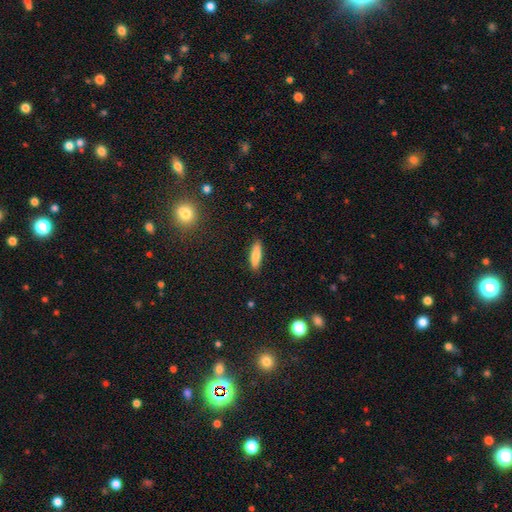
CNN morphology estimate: The model was most divided on "how rounded": cigar-shaped: 61%, in between: 37%, round: 2%. More confident: merging — none (88%); smooth or featured — smooth (81%).